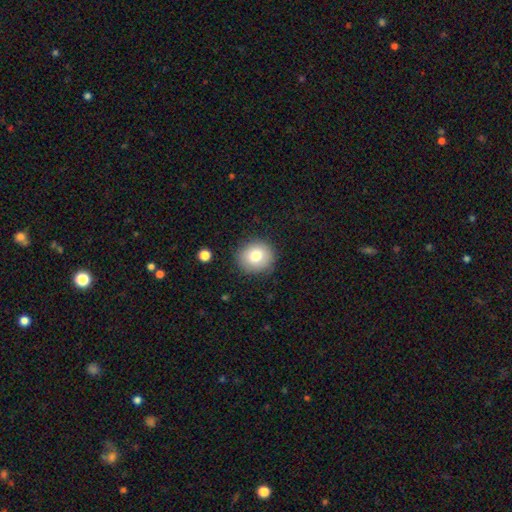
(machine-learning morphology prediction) smooth 78%, featured or disk 12%, star or artifact 10%. Down the decision tree: how rounded — round (87%); merging — none (87%).